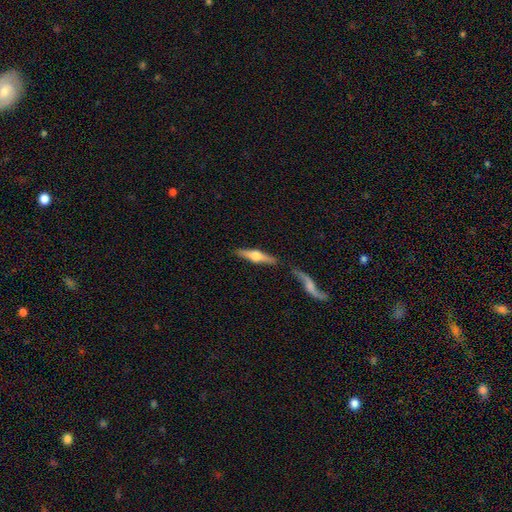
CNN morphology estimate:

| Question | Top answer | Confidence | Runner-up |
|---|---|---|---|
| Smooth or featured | featured or disk | 64% | smooth (31%) |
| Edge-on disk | yes | 95% | no (5%) |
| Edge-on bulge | rounded | 94% | boxy (4%) |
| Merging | none | 77% | minor disturbance (11%) |